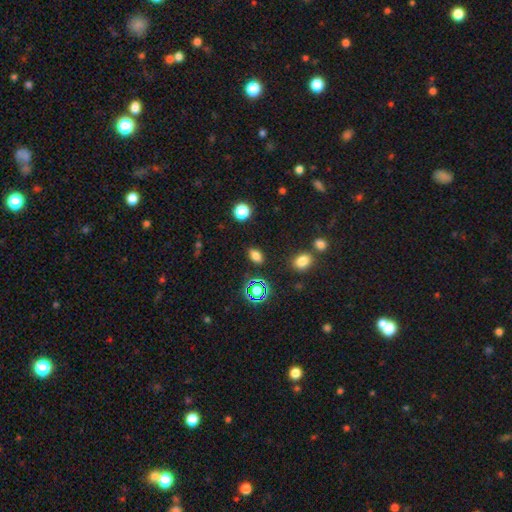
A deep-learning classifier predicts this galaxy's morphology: smooth 75%, star or artifact 18%, featured or disk 6%. Down the decision tree: how rounded — in between (81%); merging — none (84%).